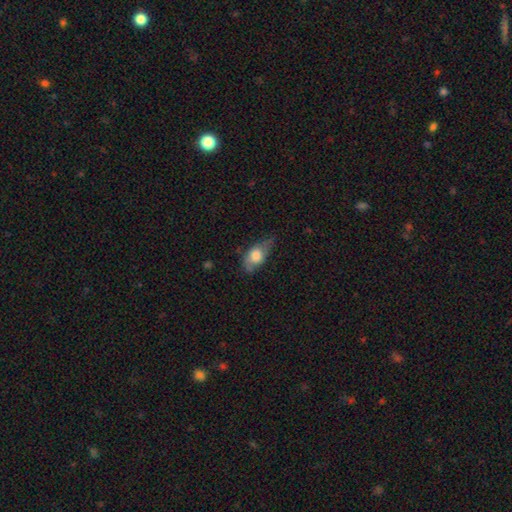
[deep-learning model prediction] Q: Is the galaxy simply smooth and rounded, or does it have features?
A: smooth — 64%.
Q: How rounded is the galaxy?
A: in between — 82%.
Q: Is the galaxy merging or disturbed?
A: none — 50%.